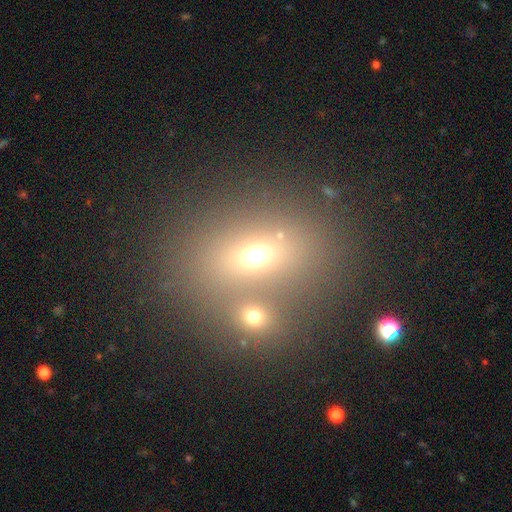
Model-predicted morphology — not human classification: A smooth galaxy with no disk features (66%) that is in between round and cigar-shaped (57%).

Vote fractions:
- Smooth or featured? smooth: 66% / star or artifact: 20% / featured or disk: 14%
- How rounded? in between: 57% / round: 40% / cigar-shaped: 2%
- Merging? none: 44% / merger: 43% / minor disturbance: 8% / major disturbance: 5%